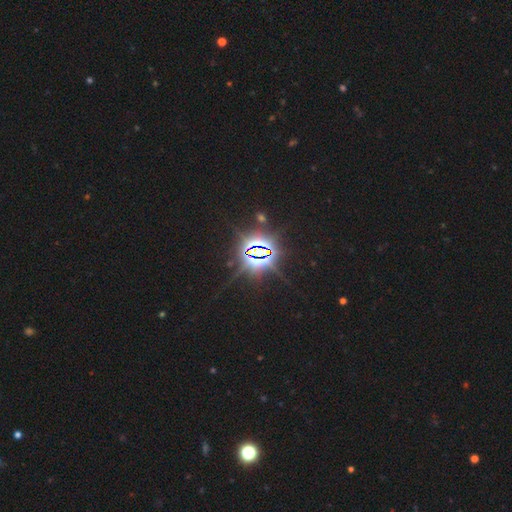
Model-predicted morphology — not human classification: Q: Smooth or featured?
A: star or artifact (86%); runner-up: smooth (7%)